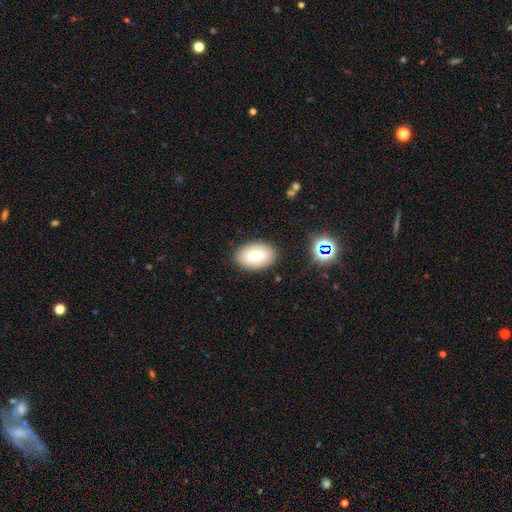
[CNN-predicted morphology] Smooth or featured? smooth (63%)
How rounded? in between (92%)
Merging? none (86%)